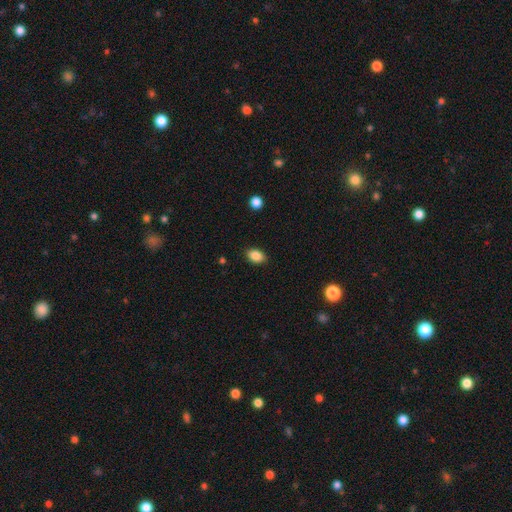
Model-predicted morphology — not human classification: Smooth or featured: smooth — 87% (star or artifact — 9%)
How rounded: in between — 82% (round — 16%)
Merging: none — 88% (minor disturbance — 9%)